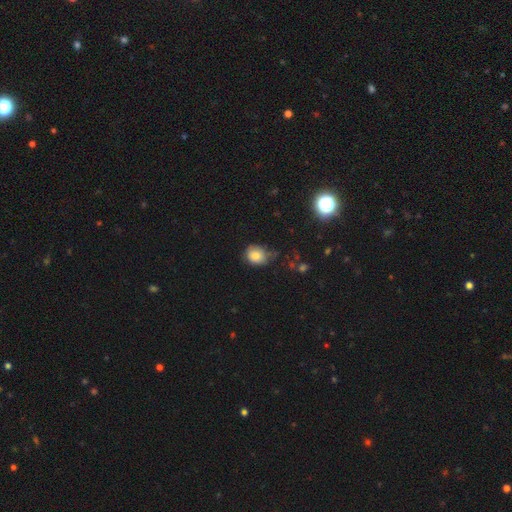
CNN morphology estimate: A smooth galaxy with no disk features (82%) that is round (67%). Merging: none (57%).